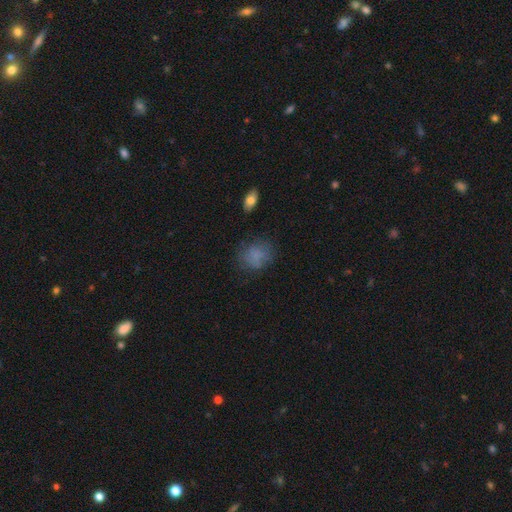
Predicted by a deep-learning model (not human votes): A smooth galaxy with no disk features (74%) that is round (61%).

Vote fractions:
- Smooth or featured? smooth: 74% / featured or disk: 14% / star or artifact: 12%
- How rounded? round: 61% / in between: 38% / cigar-shaped: 1%
- Merging? none: 67% / minor disturbance: 21% / major disturbance: 10% / merger: 2%